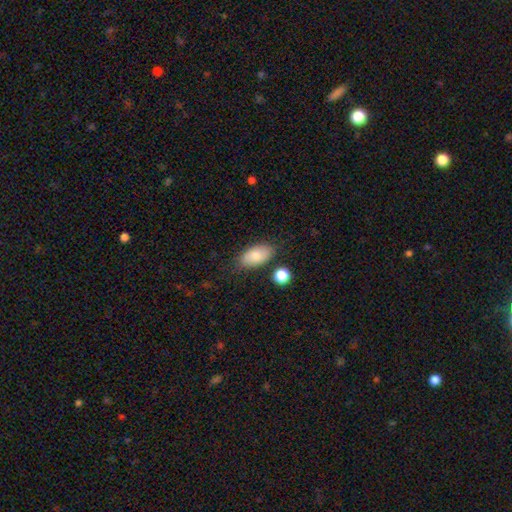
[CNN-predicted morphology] type=smooth (80%); roundness=in between (93%); merging=none (77%).